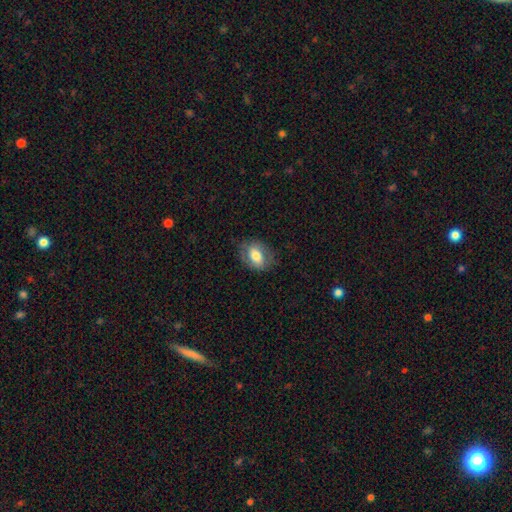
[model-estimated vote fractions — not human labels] Smooth or featured?
  - smooth: 63% *
  - featured or disk: 30%
  - star or artifact: 7%
How rounded?
  - in between: 78% *
  - round: 21%
  - cigar-shaped: 2%
Merging?
  - none: 73% *
  - minor disturbance: 18%
  - major disturbance: 7%
  - merger: 1%